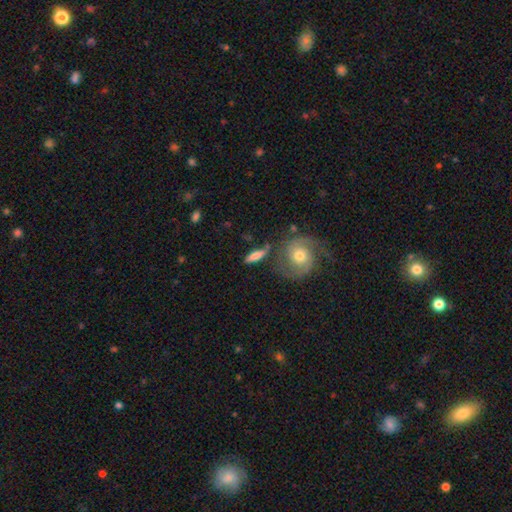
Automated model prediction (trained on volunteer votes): Morphology: type=smooth (61%); roundness=cigar-shaped (55%); merging=none (68%).